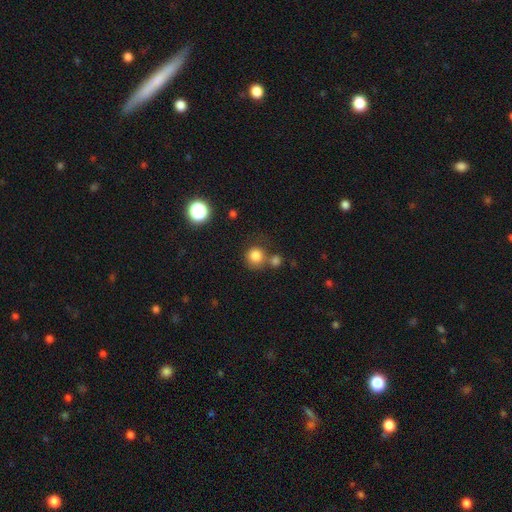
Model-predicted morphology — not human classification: smooth 81%, star or artifact 12%, featured or disk 6%. Down the decision tree: how rounded — round (90%); merging — none (62%).